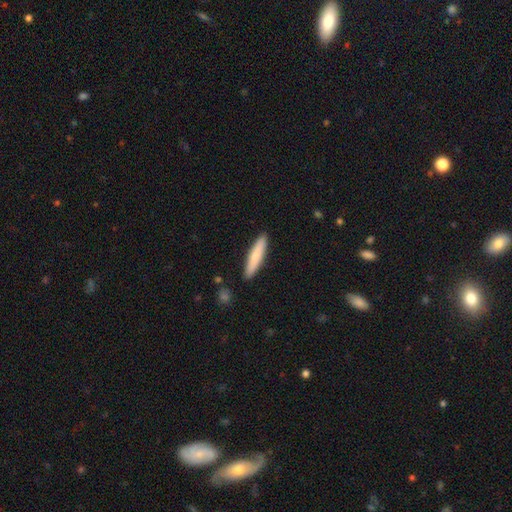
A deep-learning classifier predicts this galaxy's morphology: This appears to be a smooth galaxy with no disk features (79%) that is cigar-shaped (89%). Merging: none (90%).